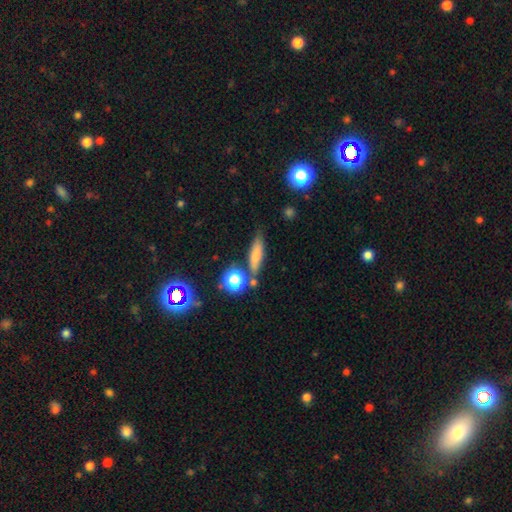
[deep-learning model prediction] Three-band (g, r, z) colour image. It shows a smooth galaxy with no disk features (68%) that is cigar-shaped (61%). Merging: none (70%).